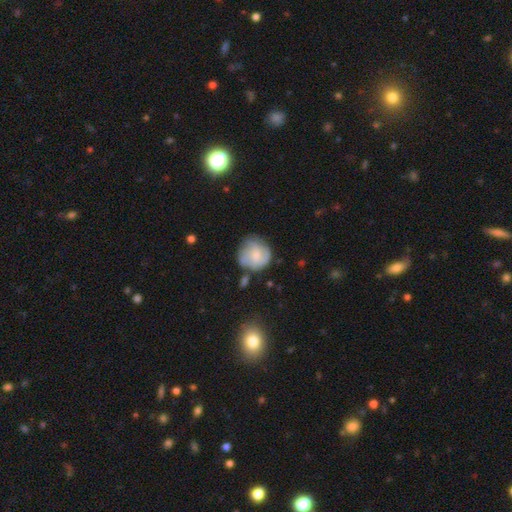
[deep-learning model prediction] Smooth or featured? Predicted: smooth (p=0.48). Merging? Predicted: none (p=0.60).